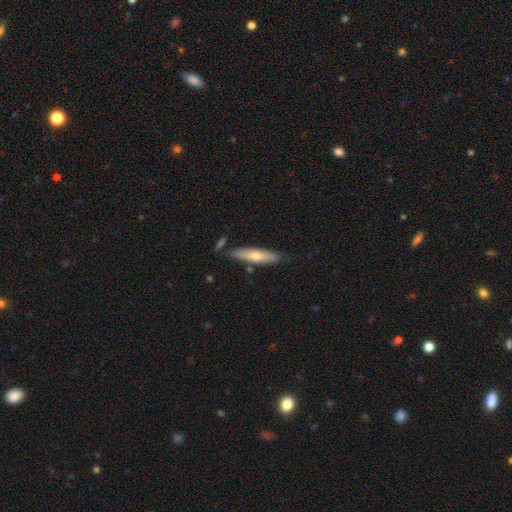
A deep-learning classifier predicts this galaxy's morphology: Q: Smooth or featured?
A: smooth (59%); runner-up: featured or disk (36%)
Q: How rounded?
A: cigar-shaped (81%); runner-up: in between (17%)
Q: Merging?
A: none (78%); runner-up: minor disturbance (14%)